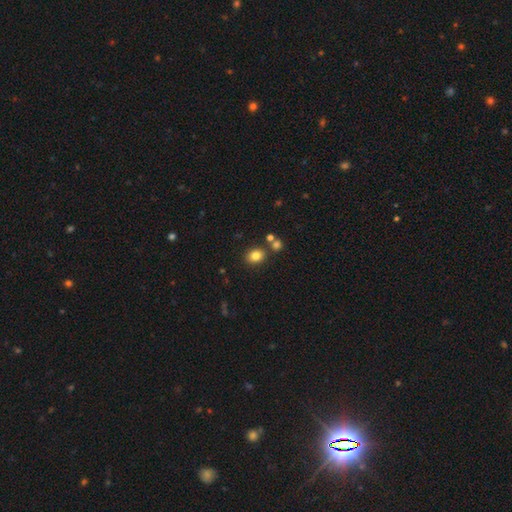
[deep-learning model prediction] Smooth or featured? smooth (82%)
How rounded? round (55%)
Merging? none (78%)